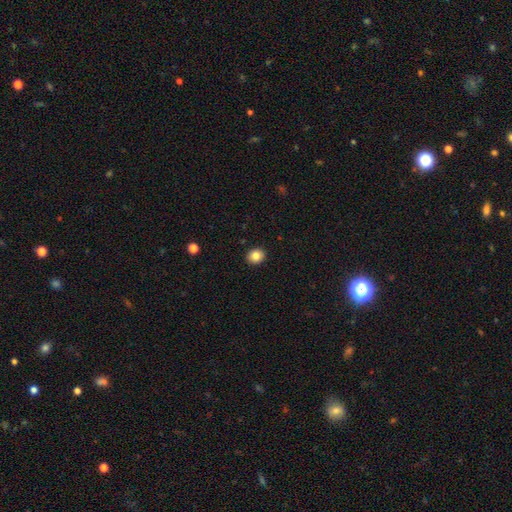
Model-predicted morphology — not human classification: smooth 83%, star or artifact 10%, featured or disk 7%. Down the decision tree: how rounded — round (72%); merging — none (92%).